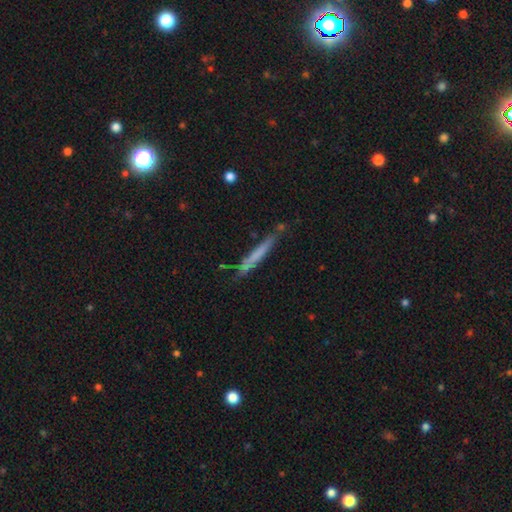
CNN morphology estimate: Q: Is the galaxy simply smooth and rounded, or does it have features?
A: smooth — 59%.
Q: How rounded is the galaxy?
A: cigar-shaped — 96%.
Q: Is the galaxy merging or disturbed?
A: none — 76%.